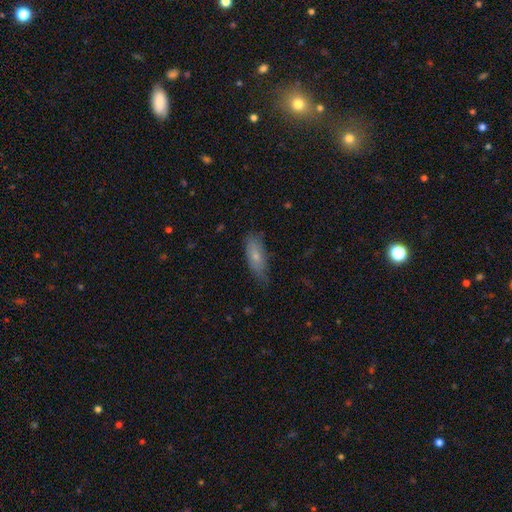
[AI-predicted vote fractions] This appears to be a smooth galaxy with no disk features (70%) that is in between round and cigar-shaped (67%). Merging: none (67%).